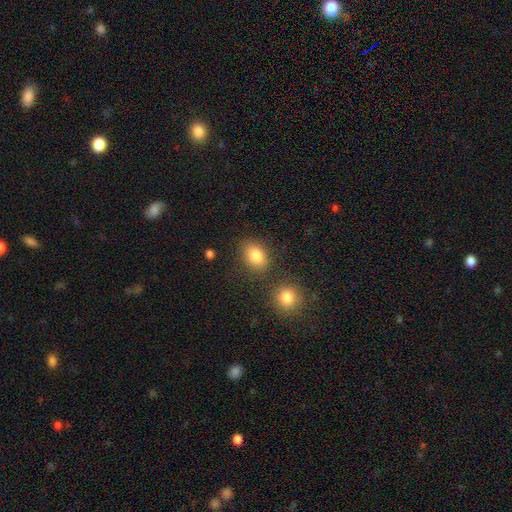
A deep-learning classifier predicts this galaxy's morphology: smooth 85%, star or artifact 9%, featured or disk 6%. Down the decision tree: how rounded — in between (77%); merging — none (74%).